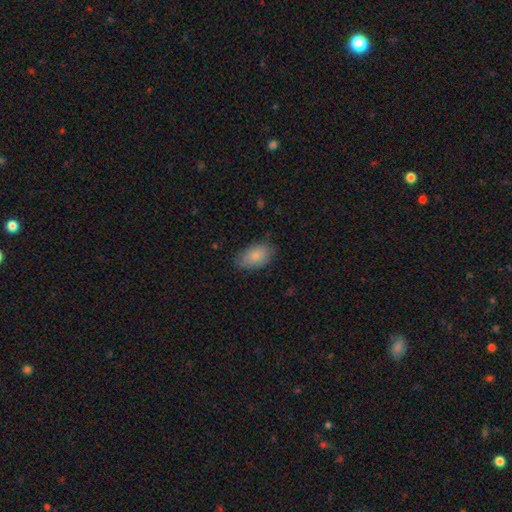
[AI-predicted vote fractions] Q: Smooth or featured?
A: smooth (83%); runner-up: featured or disk (10%)
Q: How rounded?
A: in between (92%); runner-up: round (6%)
Q: Merging?
A: none (80%); runner-up: minor disturbance (16%)